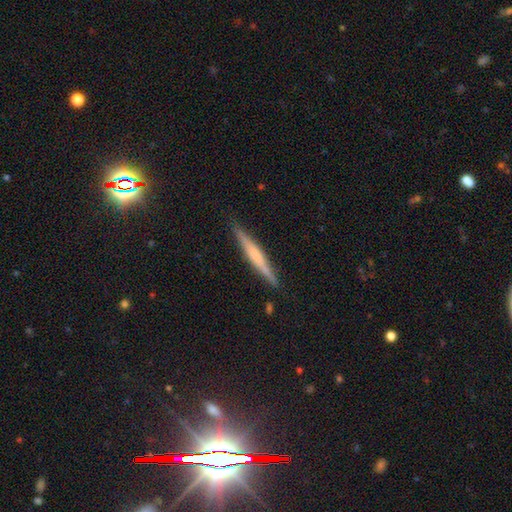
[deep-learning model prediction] Q: Smooth or featured?
A: featured or disk (56%); runner-up: smooth (37%)
Q: Edge-on disk?
A: yes (97%); runner-up: no (3%)
Q: Edge-on bulge?
A: none (39%); tied with: rounded (39%)
Q: Merging?
A: none (88%); runner-up: minor disturbance (9%)